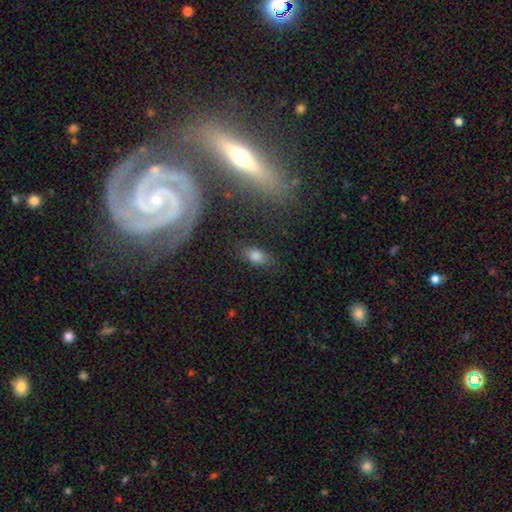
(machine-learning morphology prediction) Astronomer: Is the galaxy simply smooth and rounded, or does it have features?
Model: smooth — 77%.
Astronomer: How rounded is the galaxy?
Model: in between — 87%.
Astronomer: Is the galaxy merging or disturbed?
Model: none — 77%.